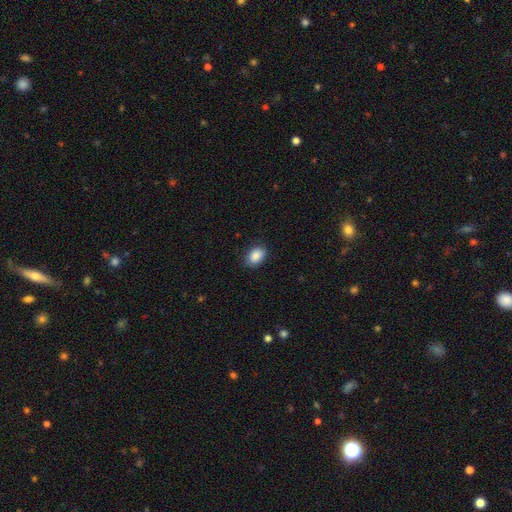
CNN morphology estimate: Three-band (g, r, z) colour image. It shows a smooth galaxy with no disk features (88%) that is in between round and cigar-shaped (84%). Merging: none (85%).